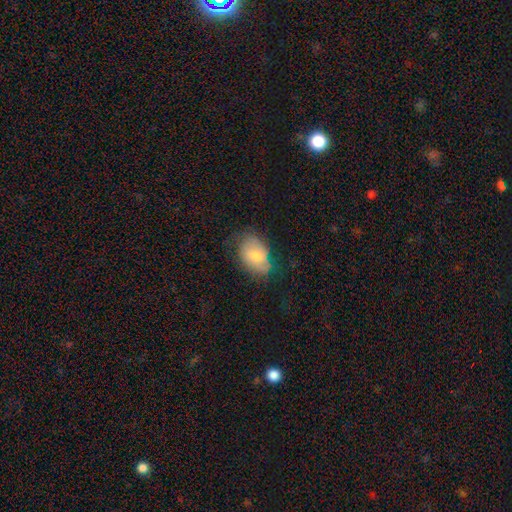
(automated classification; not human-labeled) Morphology: type=smooth (67%); roundness=in between (85%); merging=none (61%).